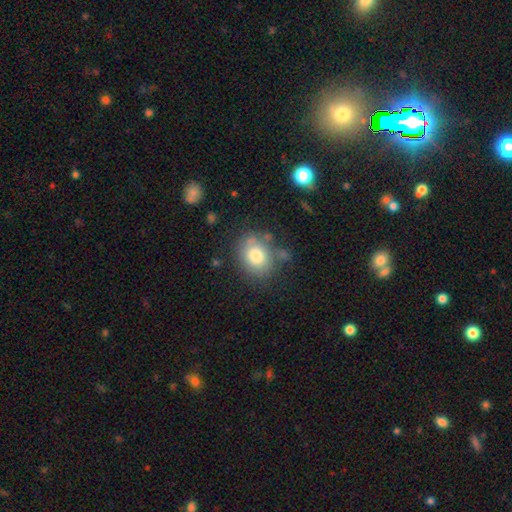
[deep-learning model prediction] smooth 77%, featured or disk 14%, star or artifact 9%. Down the decision tree: how rounded — round (51%); merging — none (68%).